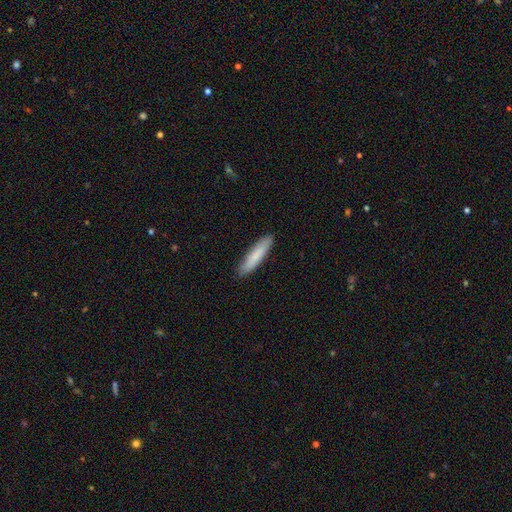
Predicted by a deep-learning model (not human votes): The model was most divided on "smooth or featured": smooth: 80%, featured or disk: 14%, star or artifact: 5%. More confident: merging — none (90%); how rounded — cigar-shaped (85%).